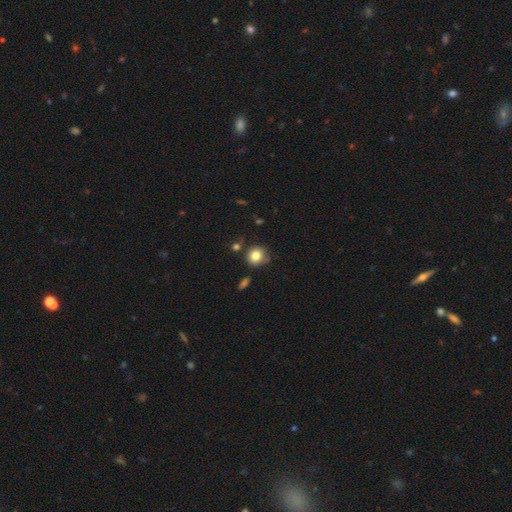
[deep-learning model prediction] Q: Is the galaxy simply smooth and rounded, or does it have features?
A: smooth — 82%.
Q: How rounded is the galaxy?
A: round — 81%.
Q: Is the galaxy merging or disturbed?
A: none — 76%.